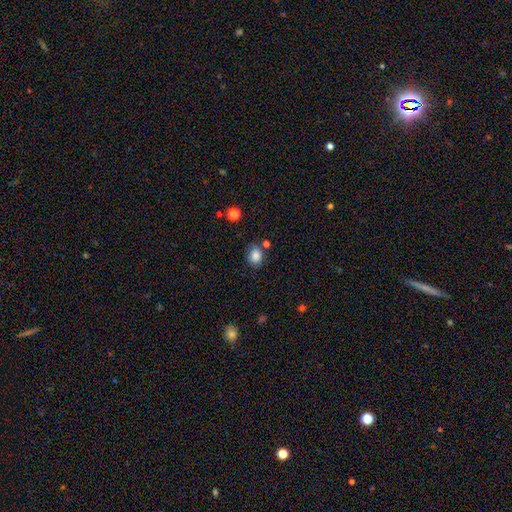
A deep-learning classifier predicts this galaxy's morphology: smooth 85%, star or artifact 10%, featured or disk 5%. Down the decision tree: how rounded — round (55%); merging — none (71%).